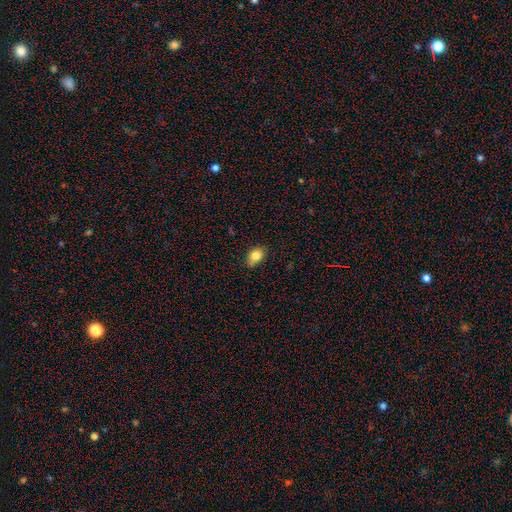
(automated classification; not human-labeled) Smooth or featured?
  - smooth: 82% *
  - star or artifact: 9%
  - featured or disk: 8%
How rounded?
  - in between: 67% *
  - round: 31%
  - cigar-shaped: 2%
Merging?
  - none: 71% *
  - minor disturbance: 23%
  - major disturbance: 4%
  - merger: 2%